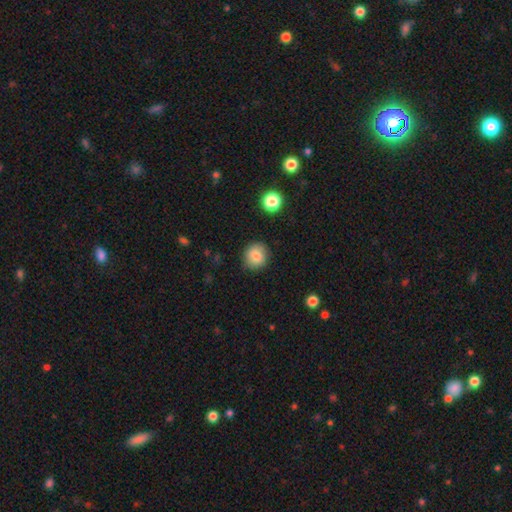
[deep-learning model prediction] Smooth or featured?
  - smooth: 82% *
  - star or artifact: 10%
  - featured or disk: 8%
How rounded?
  - round: 85% *
  - in between: 14%
  - cigar-shaped: 1%
Merging?
  - none: 86% *
  - minor disturbance: 10%
  - major disturbance: 3%
  - merger: 1%